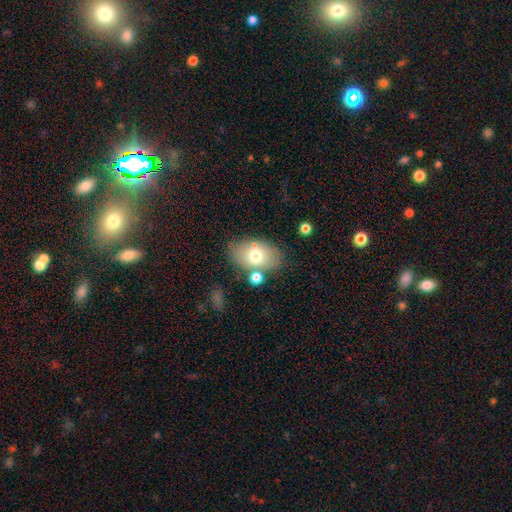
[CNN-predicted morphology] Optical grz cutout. It shows a smooth galaxy with no disk features (70%) that is in between round and cigar-shaped (88%). Merging: none (71%).